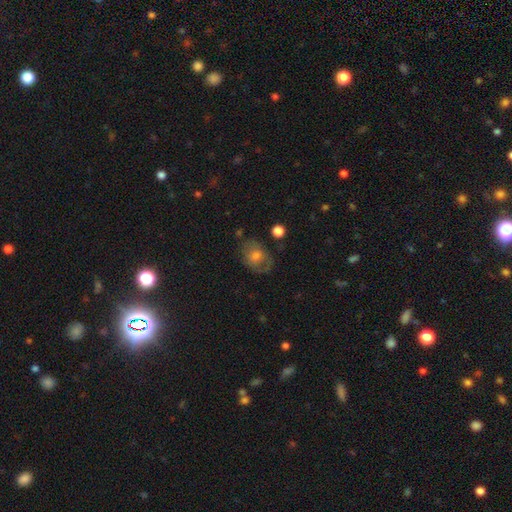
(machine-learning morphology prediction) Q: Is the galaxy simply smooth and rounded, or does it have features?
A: smooth — 62%.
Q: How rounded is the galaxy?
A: in between — 62%.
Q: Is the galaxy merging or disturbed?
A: none — 59%.